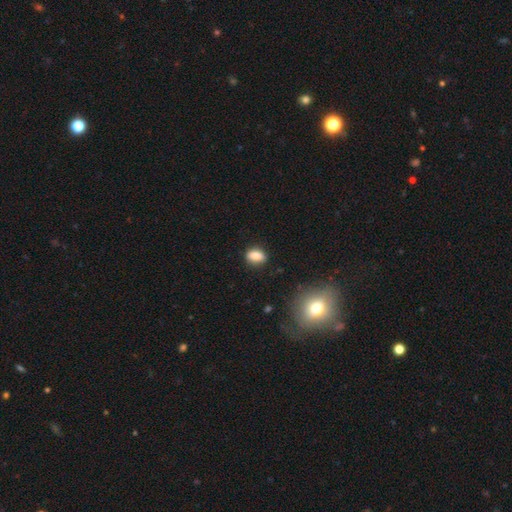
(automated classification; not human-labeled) A smooth galaxy with no disk features (83%) that is in between round and cigar-shaped (76%).

Vote fractions:
- Smooth or featured? smooth: 83% / star or artifact: 9% / featured or disk: 8%
- How rounded? in between: 76% / round: 22% / cigar-shaped: 3%
- Merging? none: 82% / minor disturbance: 13% / major disturbance: 3% / merger: 2%